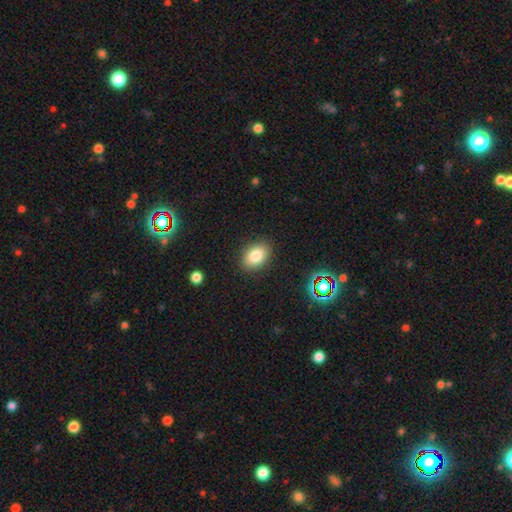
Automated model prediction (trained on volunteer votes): Overall: smooth (83%). How rounded: in between (81%). Merging: none (87%).